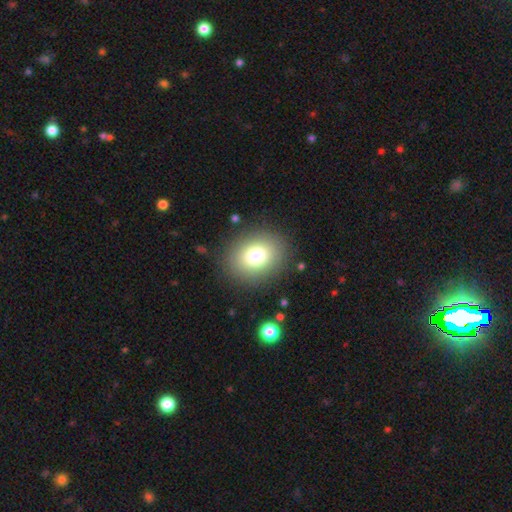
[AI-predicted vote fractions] Overall: smooth (79%). How rounded: round (50%; in between 49%). Merging: none (87%).